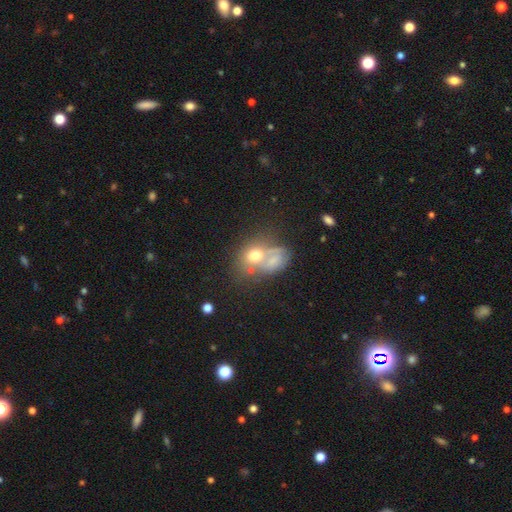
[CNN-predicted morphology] This is likely a smooth galaxy (64%). How rounded: possibly in between (52%). Merging: possibly merger (49%).